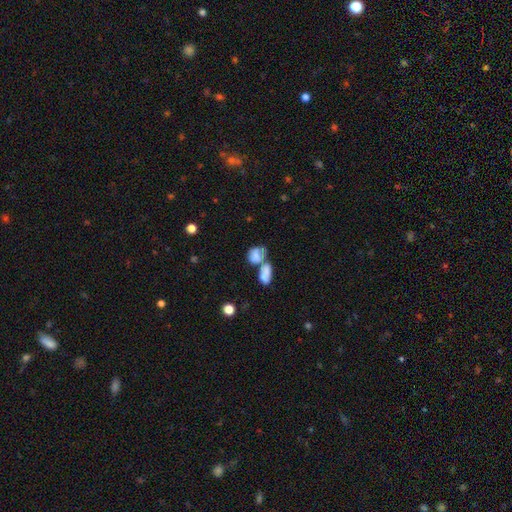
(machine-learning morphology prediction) This is likely a smooth galaxy (68%). How rounded: likely in between (71%). Merging: likely merger (65%).